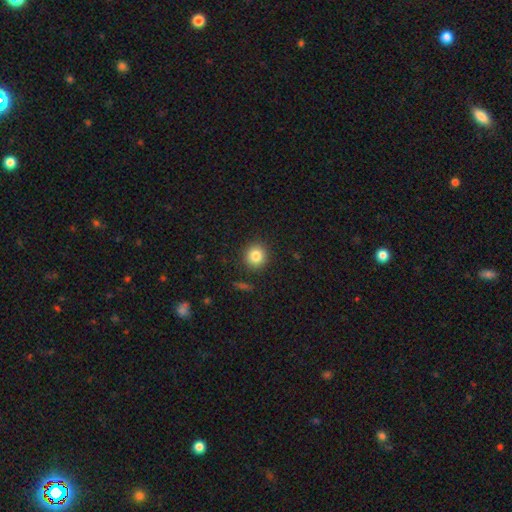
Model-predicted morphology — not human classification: Q: Smooth or featured?
A: smooth (83%); runner-up: star or artifact (10%)
Q: How rounded?
A: round (92%); runner-up: in between (7%)
Q: Merging?
A: none (90%); runner-up: minor disturbance (7%)